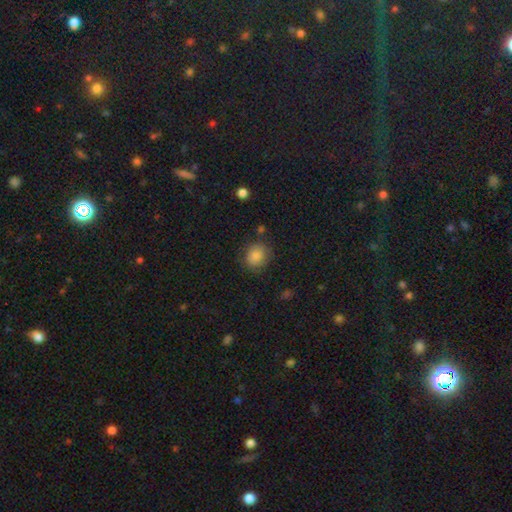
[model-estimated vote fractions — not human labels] Morphology: type=smooth (84%); roundness=round (73%); merging=none (79%).